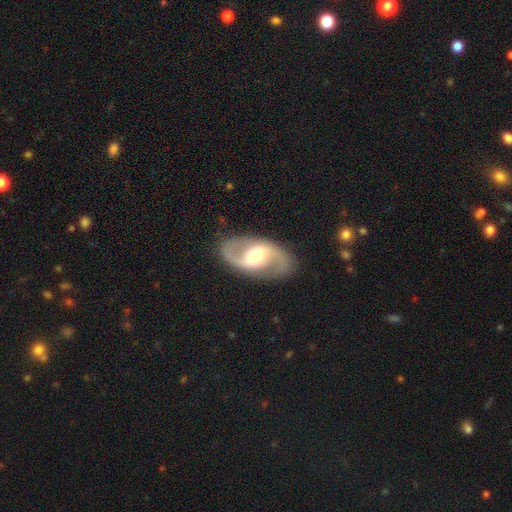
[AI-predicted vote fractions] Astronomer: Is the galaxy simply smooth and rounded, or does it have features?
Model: featured or disk — 86%.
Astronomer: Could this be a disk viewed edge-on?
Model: no — 97%.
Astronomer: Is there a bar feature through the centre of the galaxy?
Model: weak — 47% (runner-up: strong, 34%).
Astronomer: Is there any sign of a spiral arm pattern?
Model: yes — 94%.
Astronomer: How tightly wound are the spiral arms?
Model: loose — 46% (runner-up: medium, 44%).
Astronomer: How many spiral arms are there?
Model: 2 — 93%.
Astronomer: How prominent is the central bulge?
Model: moderate — 57%.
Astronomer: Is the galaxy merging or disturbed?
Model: none — 86%.